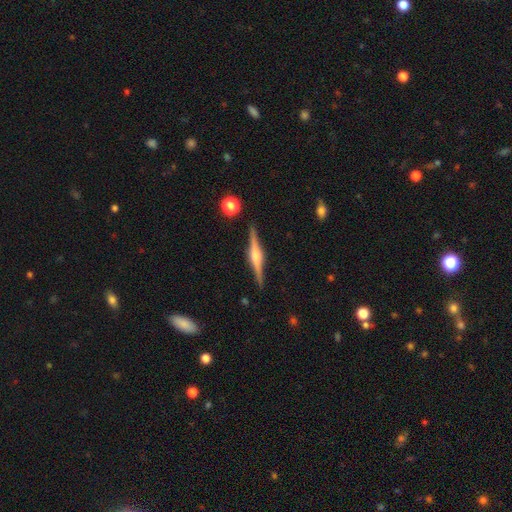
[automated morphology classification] Smooth or featured?
  - featured or disk: 82% *
  - smooth: 12%
  - star or artifact: 6%
Edge-on disk?
  - yes: 98% *
  - no: 2%
Edge-on bulge?
  - rounded: 81% *
  - boxy: 16%
  - none: 3%
Merging?
  - none: 91% *
  - minor disturbance: 7%
  - major disturbance: 1%
  - merger: 1%